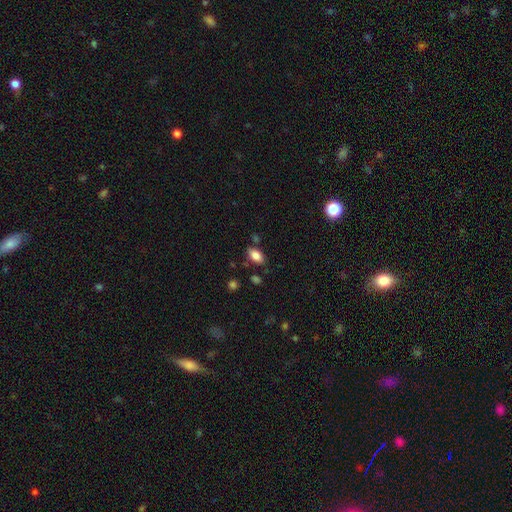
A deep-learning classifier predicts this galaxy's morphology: This appears to be a smooth galaxy with no disk features (83%) that is in between round and cigar-shaped (91%). Merging: none (78%).